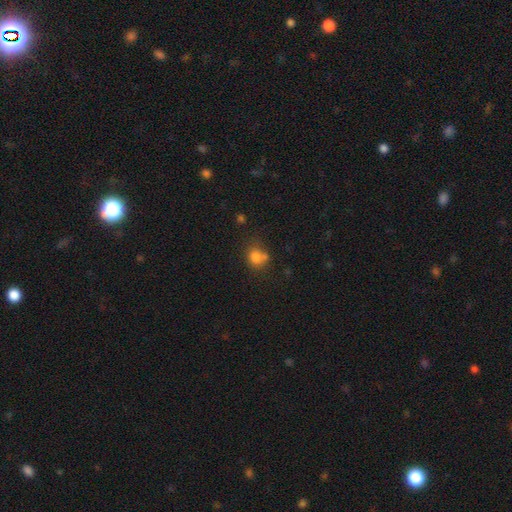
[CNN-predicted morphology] smooth 75%, star or artifact 16%, featured or disk 9%. Down the decision tree: how rounded — round (75%); merging — none (53%).